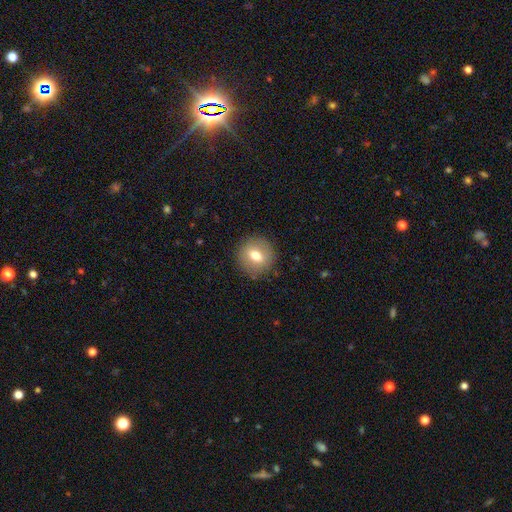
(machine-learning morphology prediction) This appears to be a smooth galaxy with no disk features (67%) that is round (82%). Merging: none (87%).